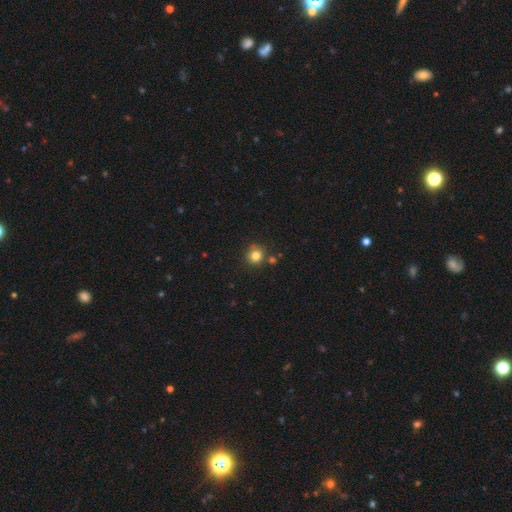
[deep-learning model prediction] Smooth or featured? Predicted: smooth (p=0.82). How rounded? Predicted: round (p=0.90). Merging? Predicted: none (p=0.78).